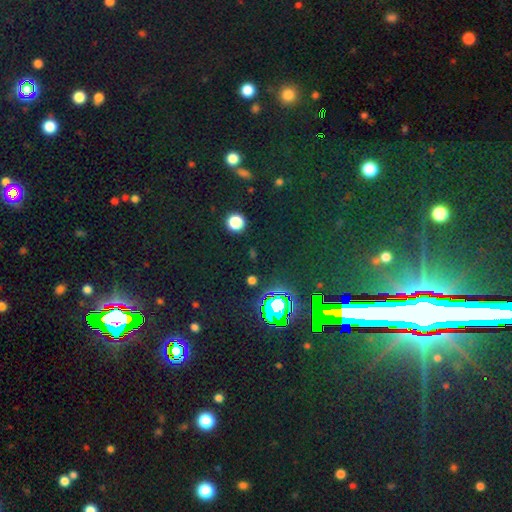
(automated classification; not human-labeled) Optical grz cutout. It shows a star or artifact, not a galaxy (81%).